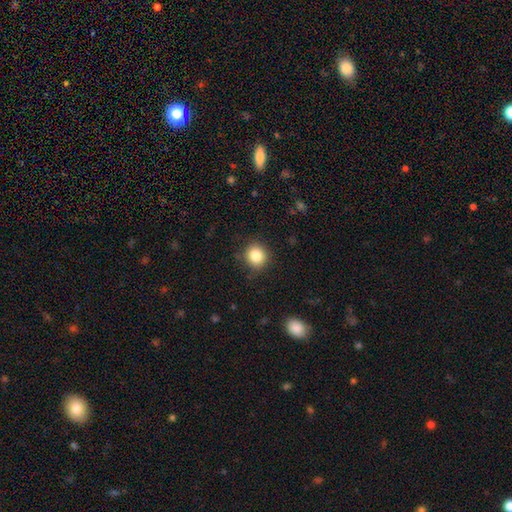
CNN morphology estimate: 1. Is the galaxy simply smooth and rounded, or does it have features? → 84% smooth, 10% star or artifact, 6% featured or disk.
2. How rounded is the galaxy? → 85% round, 14% in between, 1% cigar-shaped.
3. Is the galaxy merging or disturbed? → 88% none, 9% minor disturbance, 3% major disturbance, 1% merger.